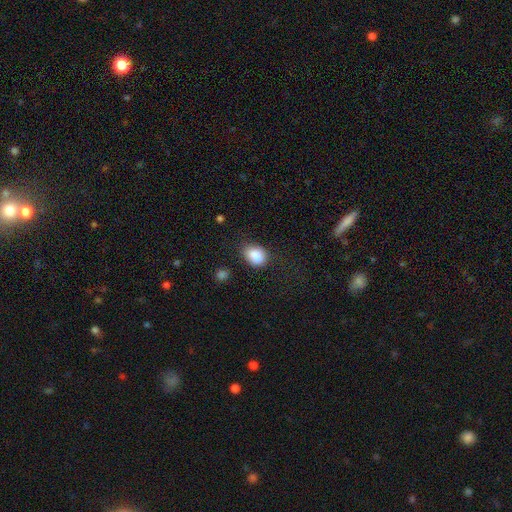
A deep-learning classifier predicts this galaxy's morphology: A smooth galaxy with no disk features (85%) that is in between round and cigar-shaped (65%). Merging: none (64%).